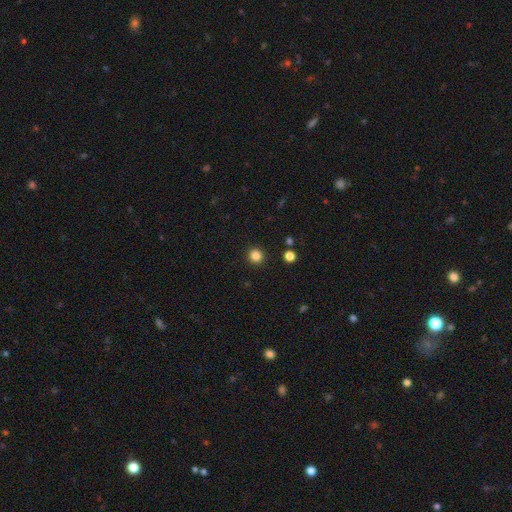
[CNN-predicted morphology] Smooth or featured? smooth (84%)
How rounded? round (93%)
Merging? none (92%)